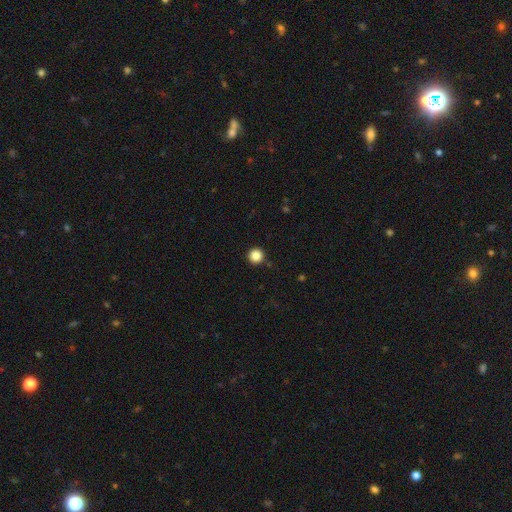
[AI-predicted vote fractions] The model was most divided on "smooth or featured": smooth: 86%, star or artifact: 11%, featured or disk: 3%. More confident: how rounded — round (96%); merging — none (93%).